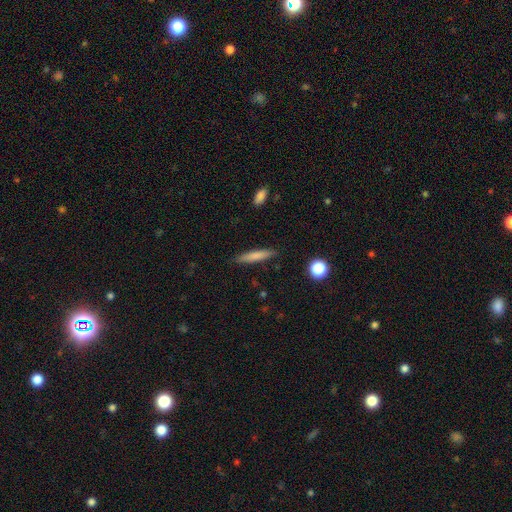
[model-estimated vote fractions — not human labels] The model was most divided on "smooth or featured": smooth: 76%, featured or disk: 18%, star or artifact: 7%. More confident: how rounded — cigar-shaped (88%); merging — none (87%).